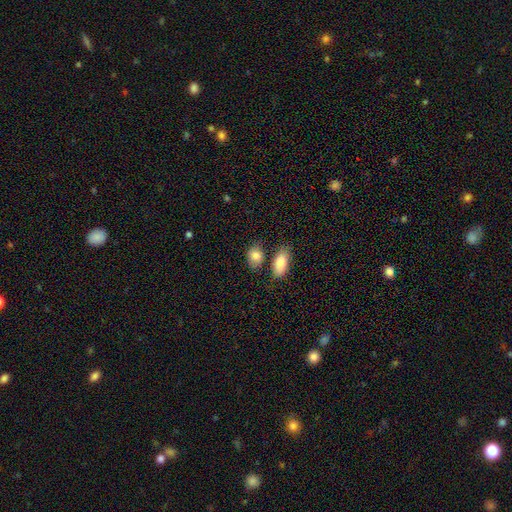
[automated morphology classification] A smooth galaxy with no disk features (85%) that is in between round and cigar-shaped (75%).

Vote fractions:
- Smooth or featured? smooth: 85% / featured or disk: 8% / star or artifact: 7%
- How rounded? in between: 75% / round: 22% / cigar-shaped: 2%
- Merging? none: 64% / merger: 17% / minor disturbance: 15% / major disturbance: 4%